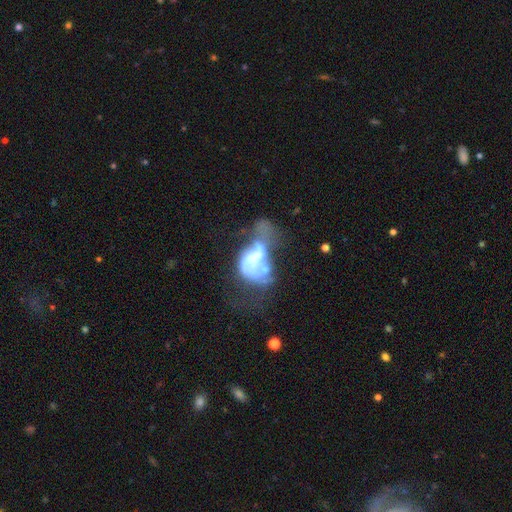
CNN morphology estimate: Overall: featured or disk (66%). Edge-on disk: no (97%). Bar: no (66%). Spiral arms: no (63%; yes 37%). Bulge size: moderate (32%; none 28%). Merging: major disturbance (43%; merger 35%).